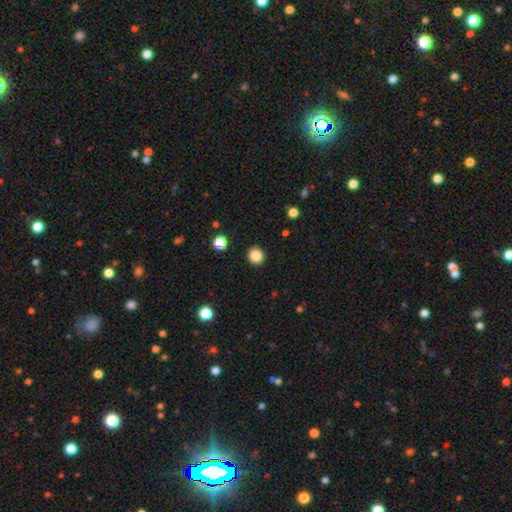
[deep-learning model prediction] Smooth or featured? smooth (86%)
How rounded? round (87%)
Merging? none (92%)